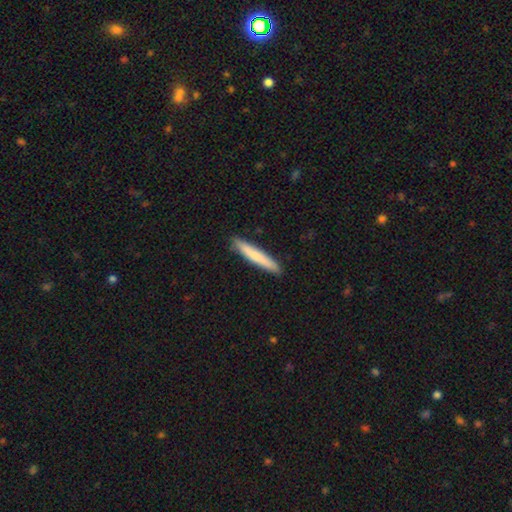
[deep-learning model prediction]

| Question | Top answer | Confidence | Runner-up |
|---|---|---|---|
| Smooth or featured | smooth | 73% | featured or disk (22%) |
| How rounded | cigar-shaped | 94% | in between (4%) |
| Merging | none | 91% | minor disturbance (7%) |